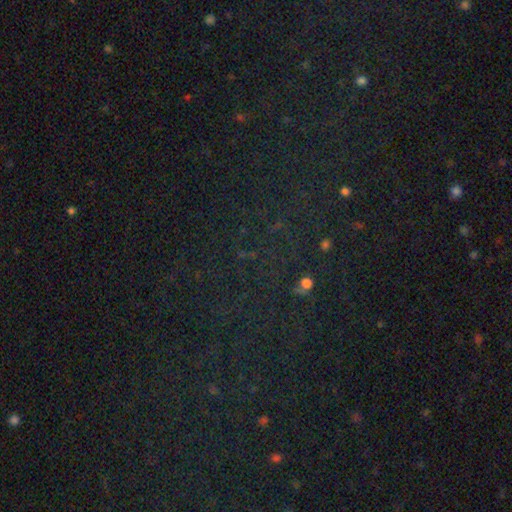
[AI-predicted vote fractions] Smooth or featured: star or artifact — 78% (smooth — 14%)